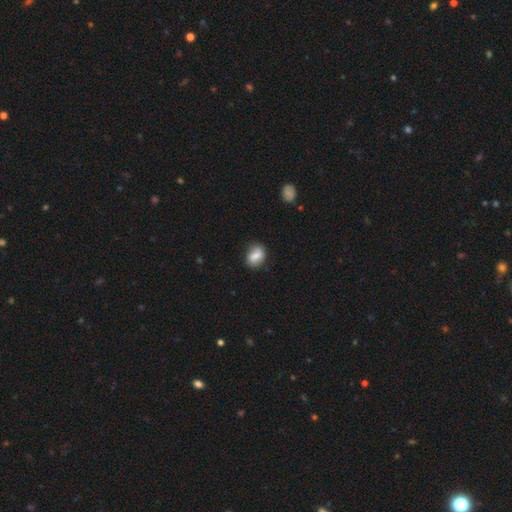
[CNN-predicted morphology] smooth-or-featured: smooth: 74% | featured or disk: 18% | star or artifact: 8%
  how-rounded: in between: 64% | round: 34% | cigar-shaped: 2%
  merging: none: 70% | minor disturbance: 22% | major disturbance: 5% | merger: 3%